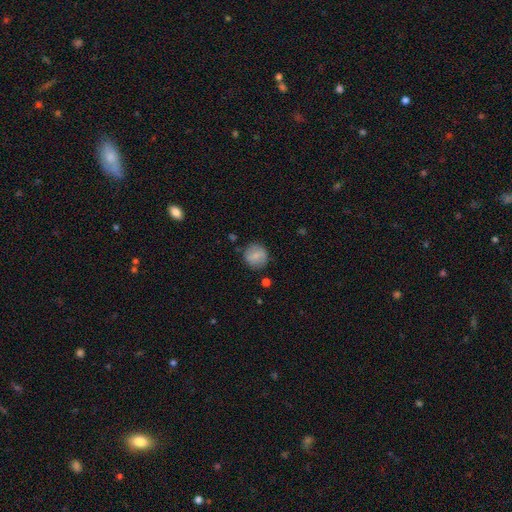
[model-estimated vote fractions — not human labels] smooth-or-featured: smooth: 74% | featured or disk: 18% | star or artifact: 8%
  how-rounded: round: 88% | in between: 11% | cigar-shaped: 1%
  merging: none: 82% | minor disturbance: 12% | major disturbance: 3% | merger: 2%